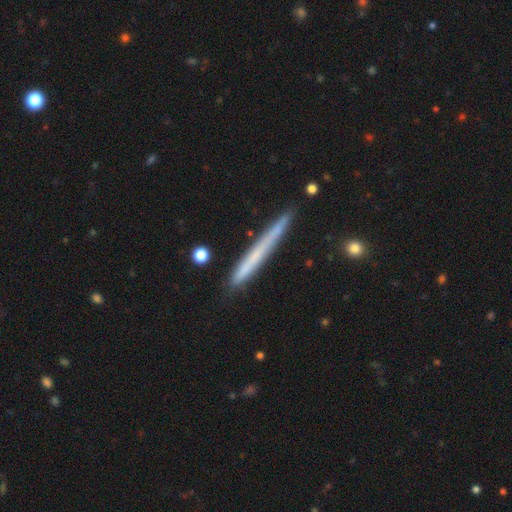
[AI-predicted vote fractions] Smooth or featured: smooth — 52% (featured or disk — 42%)
How rounded: cigar-shaped — 97% (in between — 2%)
Merging: none — 85% (minor disturbance — 11%)